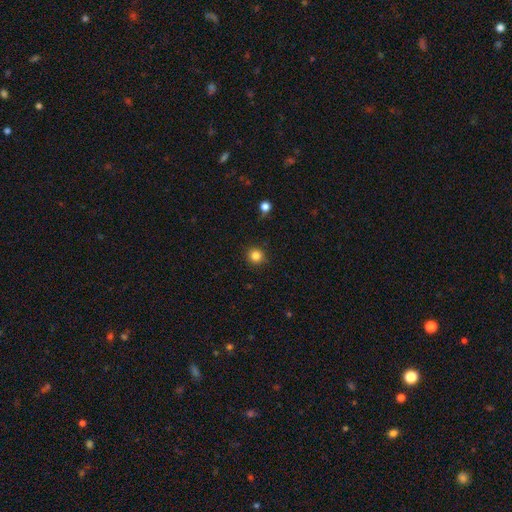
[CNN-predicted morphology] This is clearly a smooth galaxy (84%). How rounded: clearly round (94%). Merging: clearly none (89%).